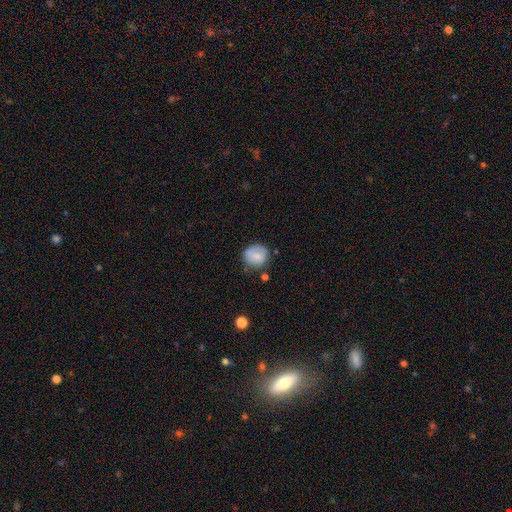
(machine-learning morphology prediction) type=smooth (77%); roundness=round (81%); merging=none (65%).